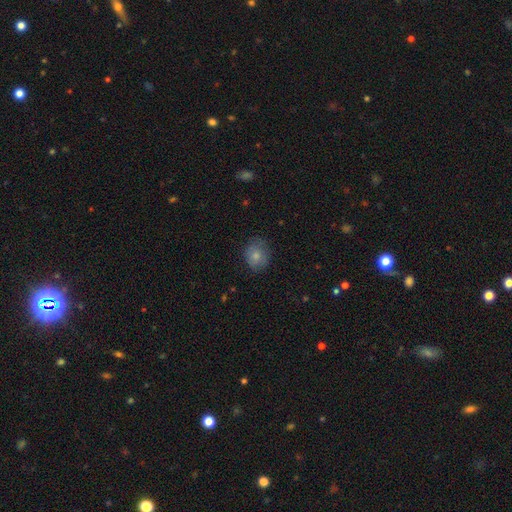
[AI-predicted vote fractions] smooth-or-featured: smooth: 80% | featured or disk: 12% | star or artifact: 8%
  how-rounded: round: 62% | in between: 37% | cigar-shaped: 1%
  merging: none: 73% | minor disturbance: 20% | major disturbance: 5% | merger: 1%